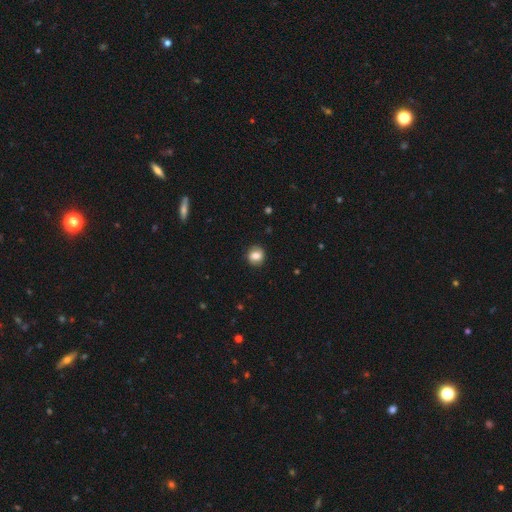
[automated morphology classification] Smooth or featured? smooth (69%)
How rounded? round (79%)
Merging? none (87%)